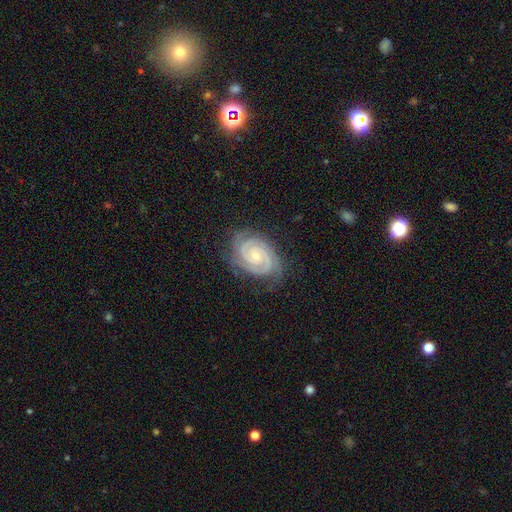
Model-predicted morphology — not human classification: featured or disk 91%, star or artifact 5%, smooth 4%. Down the decision tree: edge-on disk — no (98%); bar — no (66%); spiral arms — yes (99%); spiral arm count — 2 (70%); spiral winding — tight (78%); bulge size — small (71%); merging — none (79%).